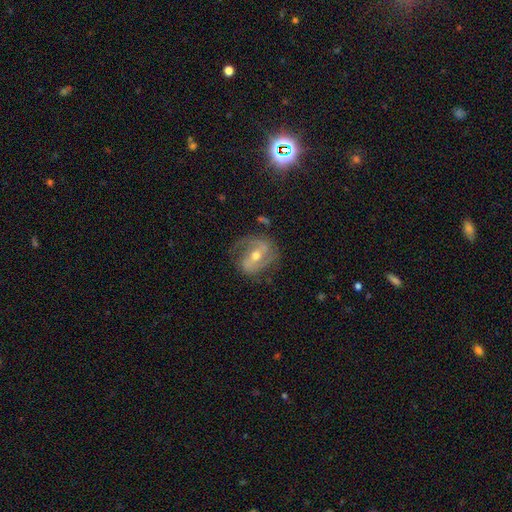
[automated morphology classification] This appears to be a featured or disk galaxy (82%) with a strong bar (45%), 2 (76%) medium (47%) spiral arms (90%) and a moderate central bulge (66%). Merging: none (67%).